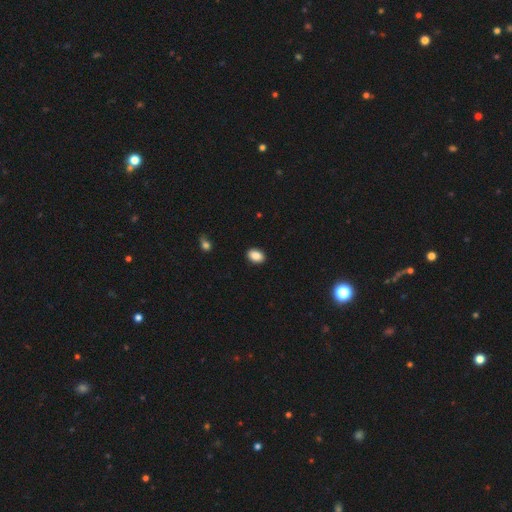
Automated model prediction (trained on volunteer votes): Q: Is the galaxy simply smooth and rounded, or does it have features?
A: smooth — 89%.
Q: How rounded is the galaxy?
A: in between — 81%.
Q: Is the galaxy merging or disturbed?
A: none — 91%.